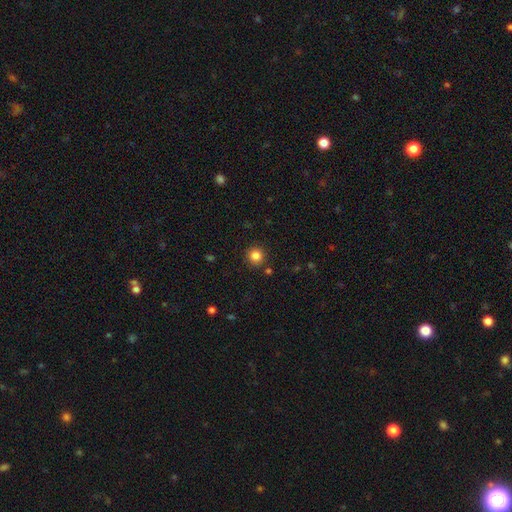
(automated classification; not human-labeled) smooth-or-featured: smooth: 84% | star or artifact: 11% | featured or disk: 4%
  how-rounded: round: 95% | in between: 4% | cigar-shaped: 1%
  merging: none: 89% | minor disturbance: 6% | merger: 3% | major disturbance: 2%